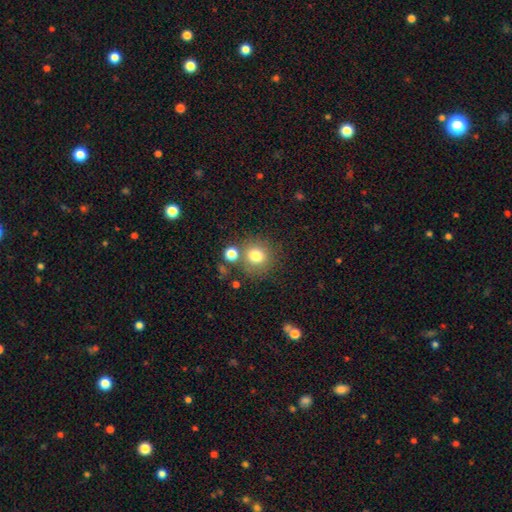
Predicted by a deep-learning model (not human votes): This appears to be a smooth galaxy with no disk features (78%) that is round (91%). Merging: none (72%).